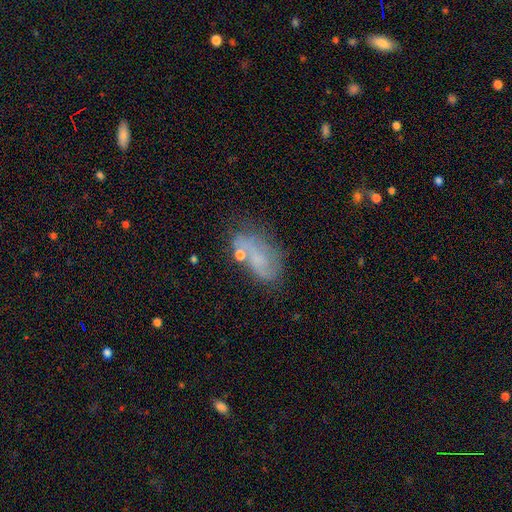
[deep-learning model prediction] Overall: featured or disk (47%; smooth 40%). Merging: none (54%; minor disturbance 24%).